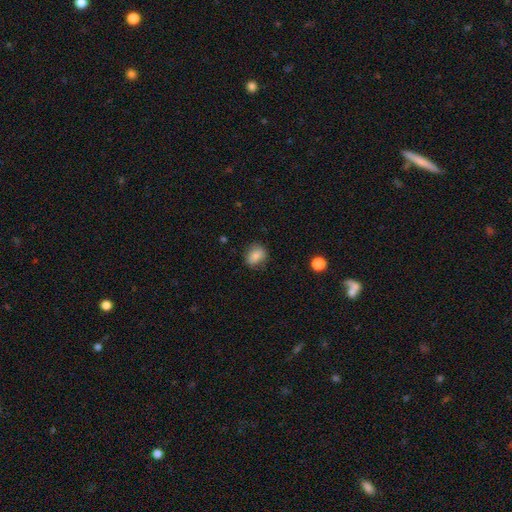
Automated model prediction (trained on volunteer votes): smooth-or-featured: smooth: 81% | featured or disk: 10% | star or artifact: 9%
  how-rounded: in between: 55% | round: 44% | cigar-shaped: 2%
  merging: none: 77% | minor disturbance: 17% | major disturbance: 4% | merger: 1%